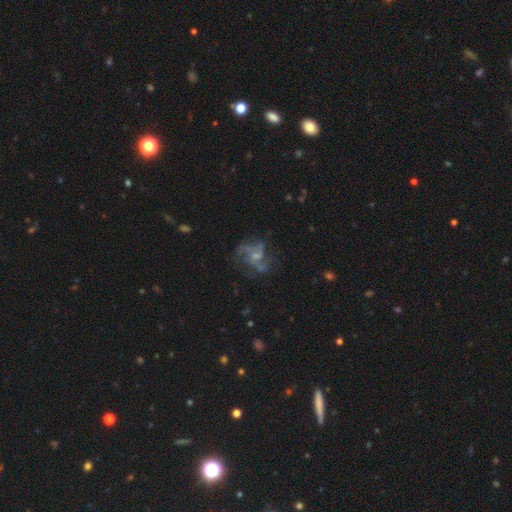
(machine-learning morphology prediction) type=featured or disk (74%); edge-on=no (97%); bar=no (61%); spiral arms=yes (83%); winding=loose (48%); arm count=3 (33%); bulge=small (50%); merging=none (58%).